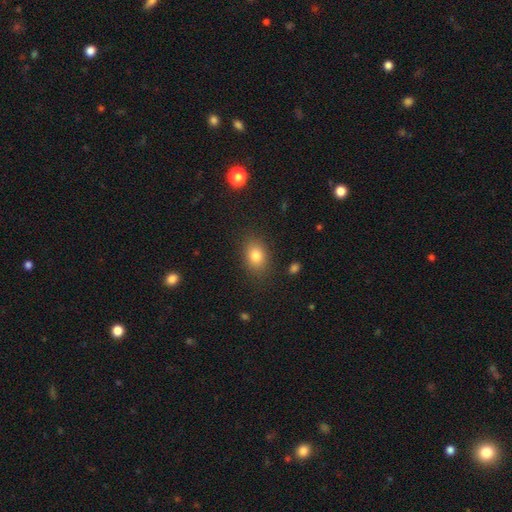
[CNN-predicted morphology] Smooth or featured? Predicted: smooth (p=0.81). How rounded? Predicted: in between (p=0.71). Merging? Predicted: none (p=0.84).